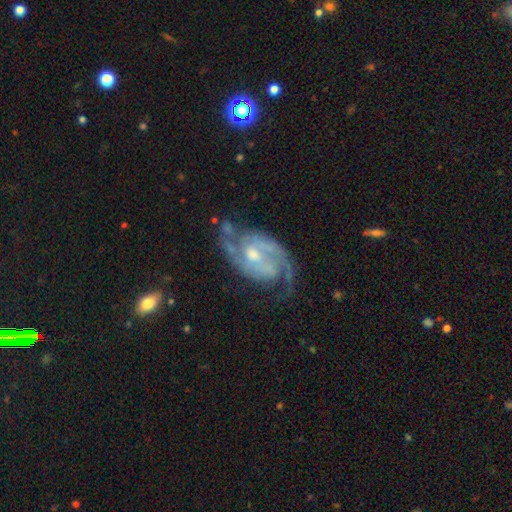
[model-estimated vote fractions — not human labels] This is clearly a featured or disk galaxy (90%). It is clearly not viewed edge-on (97%). Bar: possibly no (49%). Spiral arm pattern: clearly yes (97%). Spiral arm count: likely 2 (78%). Spiral winding: possibly medium (51%). Central bulge: possibly moderate (54%). Merging: likely none (67%).